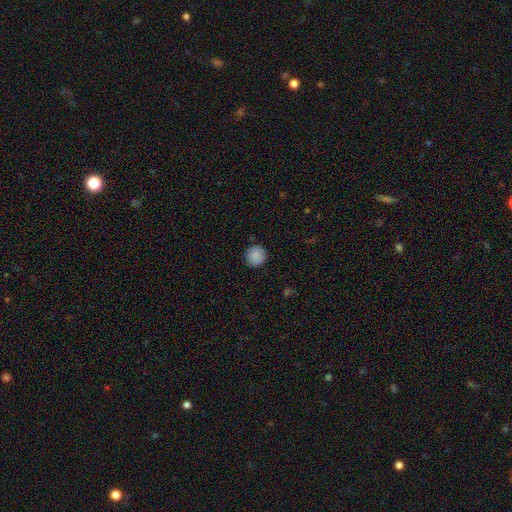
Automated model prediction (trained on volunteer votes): Smooth or featured? Predicted: smooth (p=0.88). How rounded? Predicted: round (p=0.94). Merging? Predicted: none (p=0.91).